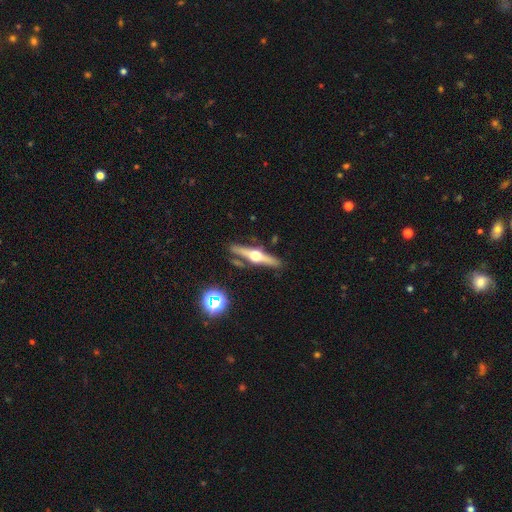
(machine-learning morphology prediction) Smooth or featured? Predicted: featured or disk (p=0.77). Edge-on disk? Predicted: yes (p=0.97). Edge-on bulge? Predicted: rounded (p=0.96). Merging? Predicted: none (p=0.85).